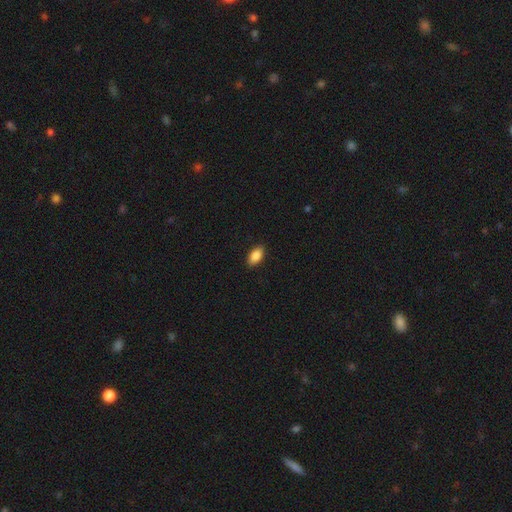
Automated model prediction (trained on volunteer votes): Q: Smooth or featured?
A: smooth (88%); runner-up: star or artifact (7%)
Q: How rounded?
A: in between (93%); runner-up: round (4%)
Q: Merging?
A: none (89%); runner-up: minor disturbance (8%)